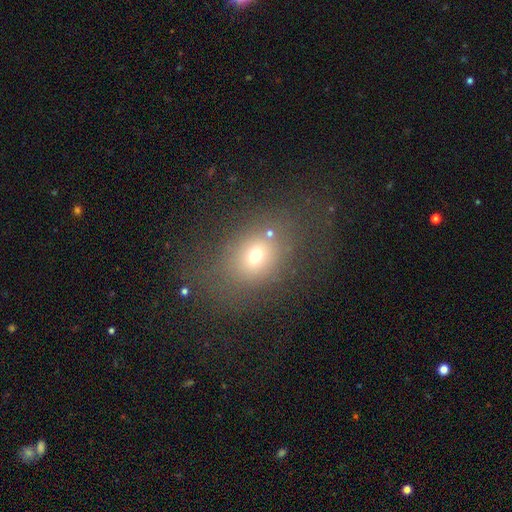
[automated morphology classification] type=smooth (67%); roundness=in between (52%); merging=none (67%).